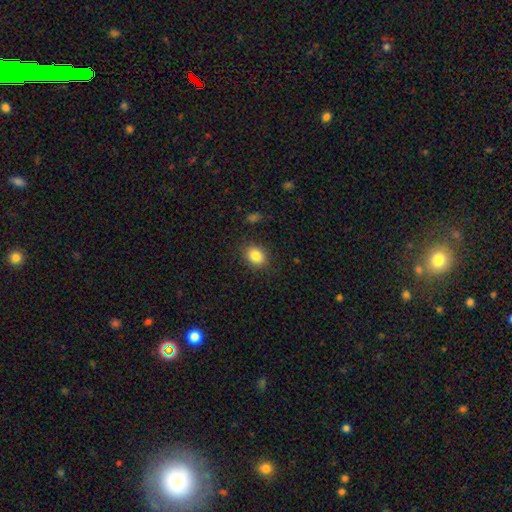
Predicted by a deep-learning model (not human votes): smooth 84%, star or artifact 9%, featured or disk 6%. Down the decision tree: how rounded — in between (60%); merging — none (86%).